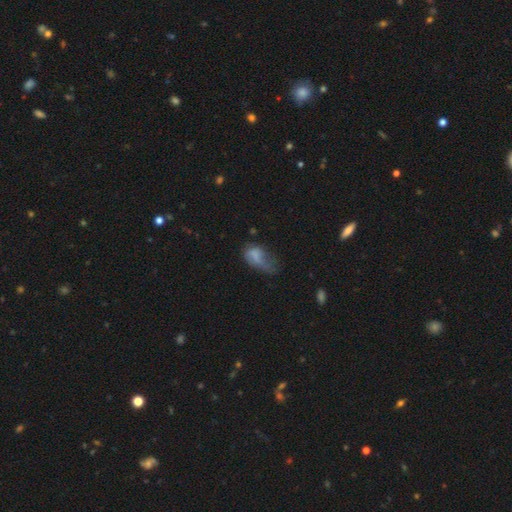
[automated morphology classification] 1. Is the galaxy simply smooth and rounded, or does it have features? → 65% smooth, 25% featured or disk, 10% star or artifact.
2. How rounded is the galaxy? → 89% in between, 8% round, 3% cigar-shaped.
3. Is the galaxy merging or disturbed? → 44% major disturbance, 30% minor disturbance, 22% none, 4% merger.